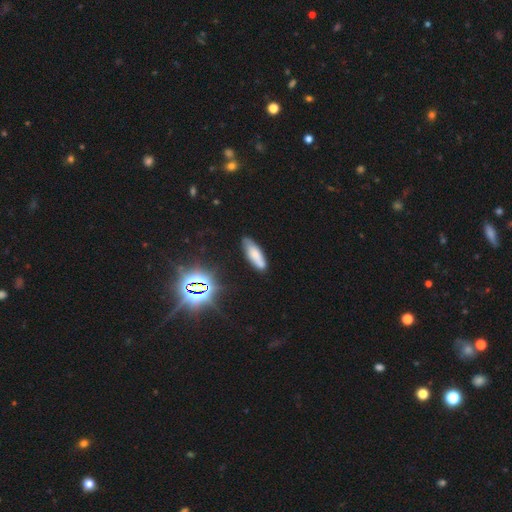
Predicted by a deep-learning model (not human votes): Overall: smooth (69%). How rounded: in between (50%; cigar-shaped 48%). Merging: none (75%).